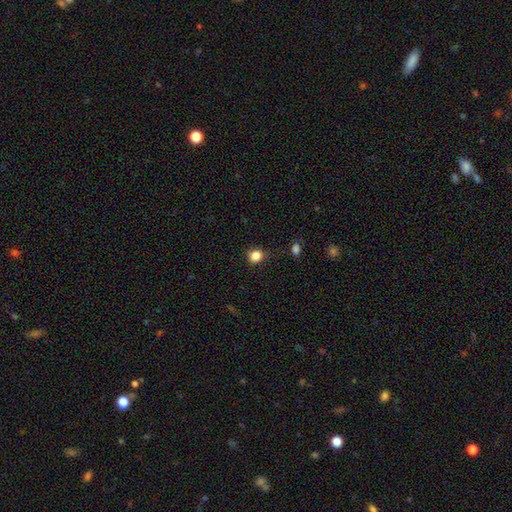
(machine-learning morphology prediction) A smooth galaxy with no disk features (84%) that is round (79%).

Vote fractions:
- Smooth or featured? smooth: 84% / star or artifact: 12% / featured or disk: 4%
- How rounded? round: 79% / in between: 20% / cigar-shaped: 1%
- Merging? none: 79% / minor disturbance: 15% / major disturbance: 4% / merger: 2%